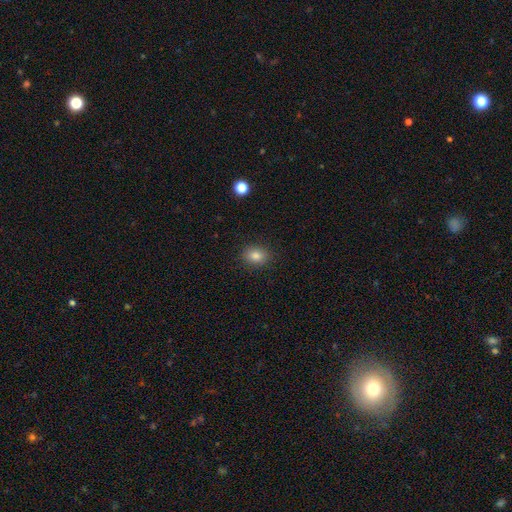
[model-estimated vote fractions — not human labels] A smooth galaxy with no disk features (83%) that is round (52%).

Vote fractions:
- Smooth or featured? smooth: 83% / star or artifact: 11% / featured or disk: 6%
- How rounded? round: 52% / in between: 47% / cigar-shaped: 1%
- Merging? none: 90% / minor disturbance: 7% / major disturbance: 2% / merger: 1%